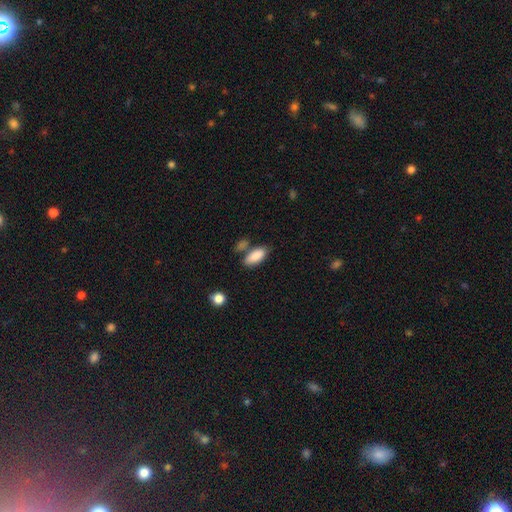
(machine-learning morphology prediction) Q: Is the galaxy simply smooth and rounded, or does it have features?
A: smooth — 87%.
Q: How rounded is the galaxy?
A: in between — 87%.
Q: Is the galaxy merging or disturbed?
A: none — 63%.